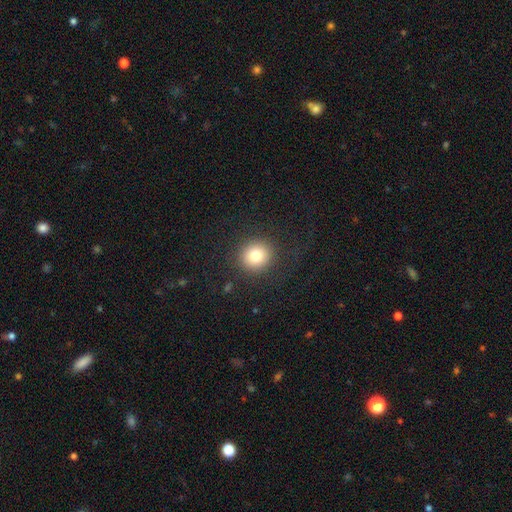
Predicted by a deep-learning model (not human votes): smooth_or_featured: smooth (p=0.79) [alt: star or artifact p=0.12]
how_rounded: round (p=0.90) [alt: in between p=0.09]
merging: none (p=0.88) [alt: minor disturbance p=0.07]